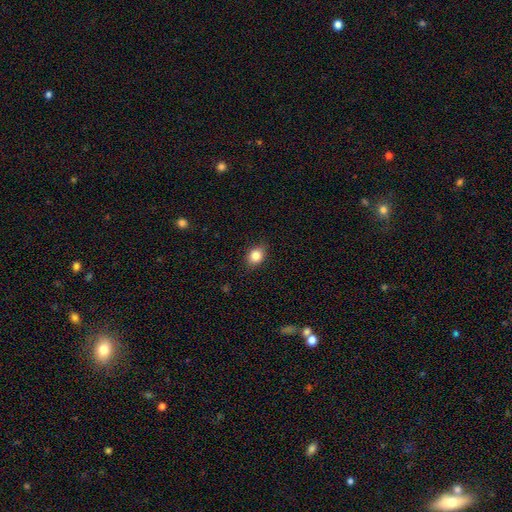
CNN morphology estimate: smooth 84%, star or artifact 10%, featured or disk 7%. Down the decision tree: how rounded — round (50%); merging — none (84%).